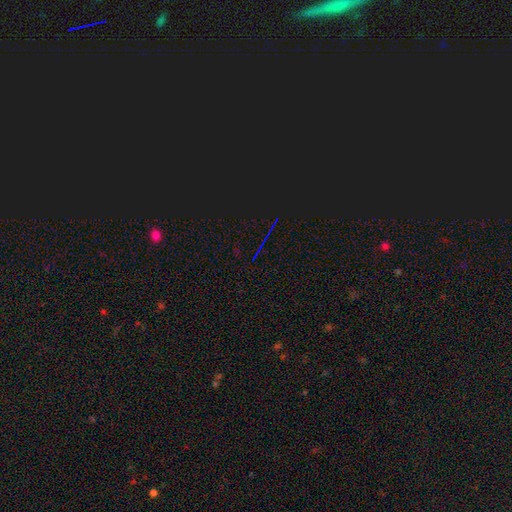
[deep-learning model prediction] Q: Smooth or featured?
A: star or artifact (80%); runner-up: featured or disk (10%)